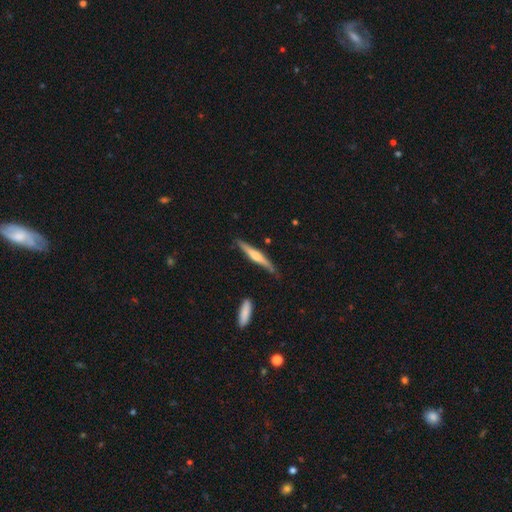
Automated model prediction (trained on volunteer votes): This is possibly a featured or disk galaxy (57%). It is clearly viewed edge-on (96%). Edge-on bulge: likely rounded (64%). Merging: likely none (79%).